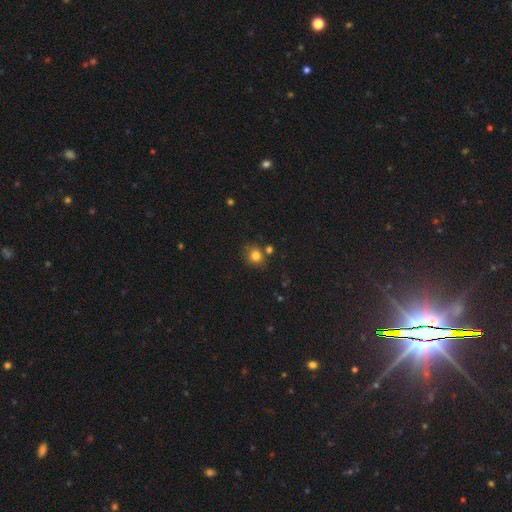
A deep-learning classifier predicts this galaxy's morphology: Smooth or featured? Predicted: smooth (p=0.80). How rounded? Predicted: round (p=0.82). Merging? Predicted: none (p=0.73).